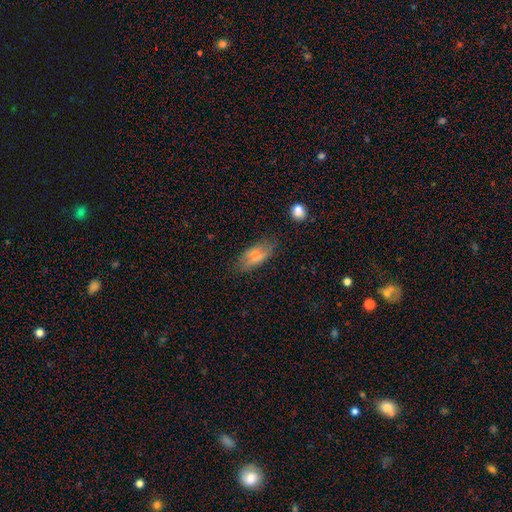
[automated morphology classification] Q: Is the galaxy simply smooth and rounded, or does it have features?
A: smooth — 65%.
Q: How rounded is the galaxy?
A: in between — 81%.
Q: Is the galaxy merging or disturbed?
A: none — 63%.